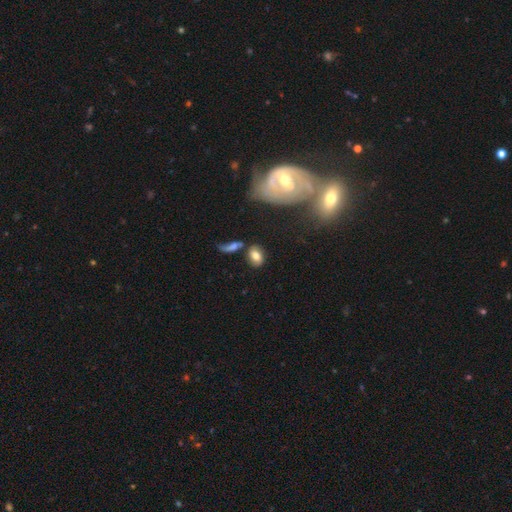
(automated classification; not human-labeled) A smooth galaxy with no disk features (75%) that is in between round and cigar-shaped (80%).

Vote fractions:
- Smooth or featured? smooth: 75% / featured or disk: 16% / star or artifact: 9%
- How rounded? in between: 80% / round: 17% / cigar-shaped: 3%
- Merging? none: 66% / minor disturbance: 15% / merger: 13% / major disturbance: 6%